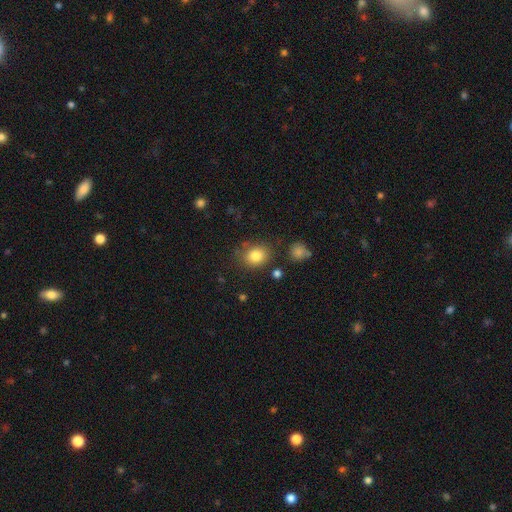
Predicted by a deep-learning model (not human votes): The model was most divided on "how rounded": round: 58%, in between: 41%, cigar-shaped: 1%. More confident: smooth or featured — smooth (83%); merging — none (75%).